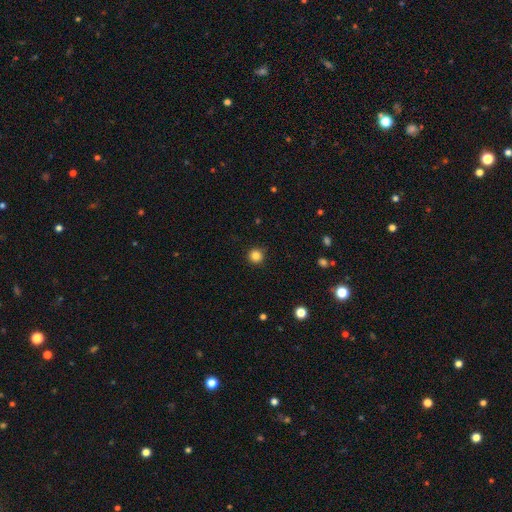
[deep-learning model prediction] Q: Smooth or featured?
A: smooth (84%); runner-up: star or artifact (12%)
Q: How rounded?
A: round (95%); runner-up: in between (4%)
Q: Merging?
A: none (90%); runner-up: minor disturbance (7%)